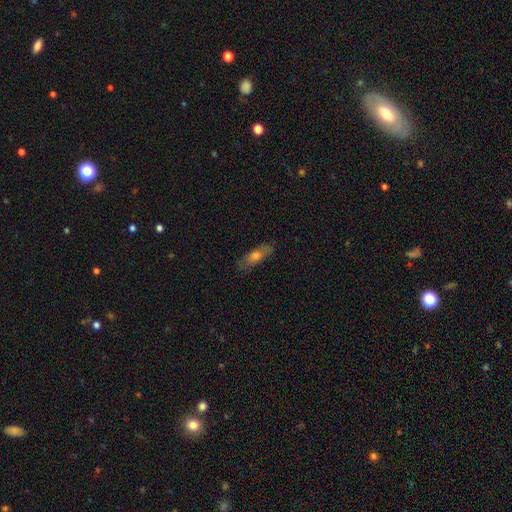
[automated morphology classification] Q: Smooth or featured?
A: smooth (60%); runner-up: featured or disk (31%)
Q: How rounded?
A: cigar-shaped (52%); runner-up: in between (45%)
Q: Merging?
A: none (82%); runner-up: minor disturbance (14%)